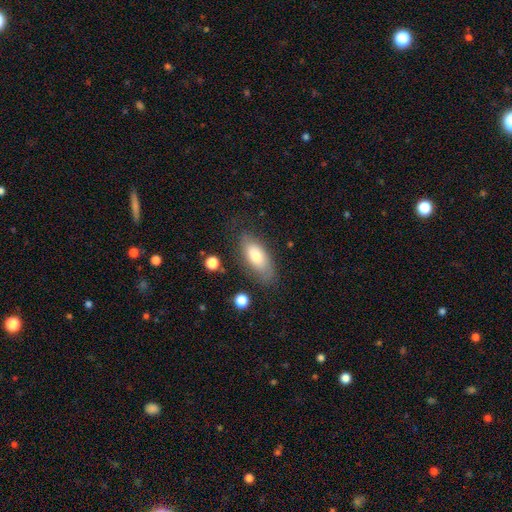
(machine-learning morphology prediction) This is likely a smooth galaxy (71%). How rounded: clearly in between (84%). Merging: likely none (73%).